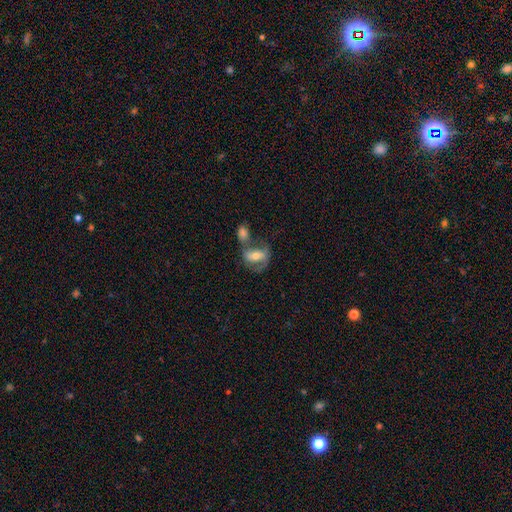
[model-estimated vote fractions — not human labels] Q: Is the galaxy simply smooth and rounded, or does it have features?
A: featured or disk — 54%.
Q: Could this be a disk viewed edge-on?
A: no — 93%.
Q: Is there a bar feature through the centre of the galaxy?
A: no — 34%.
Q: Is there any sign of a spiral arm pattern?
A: yes — 65%.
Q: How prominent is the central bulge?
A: moderate — 66%.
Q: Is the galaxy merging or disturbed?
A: merger — 43%.